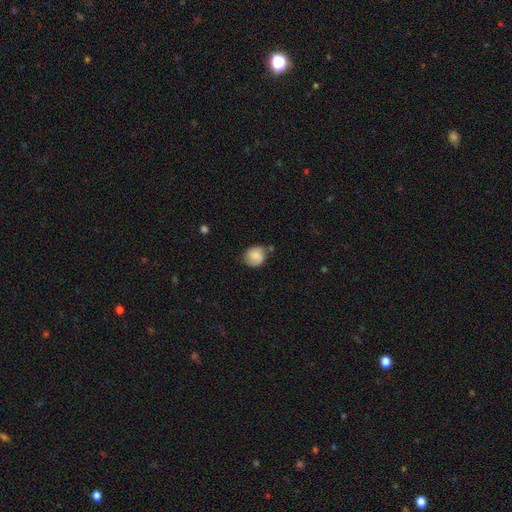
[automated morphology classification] smooth-or-featured: smooth: 72% | featured or disk: 19% | star or artifact: 8%
  how-rounded: round: 74% | in between: 25% | cigar-shaped: 1%
  merging: none: 66% | minor disturbance: 24% | major disturbance: 5% | merger: 4%